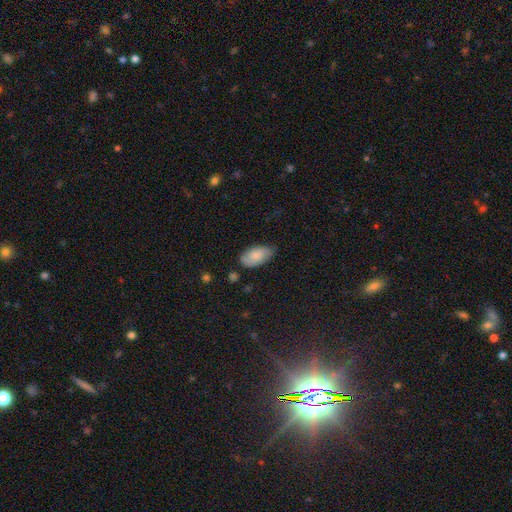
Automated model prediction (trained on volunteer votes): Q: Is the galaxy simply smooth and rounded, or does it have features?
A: smooth — 79%.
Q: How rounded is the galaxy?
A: in between — 94%.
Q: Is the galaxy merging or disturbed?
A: none — 67%.